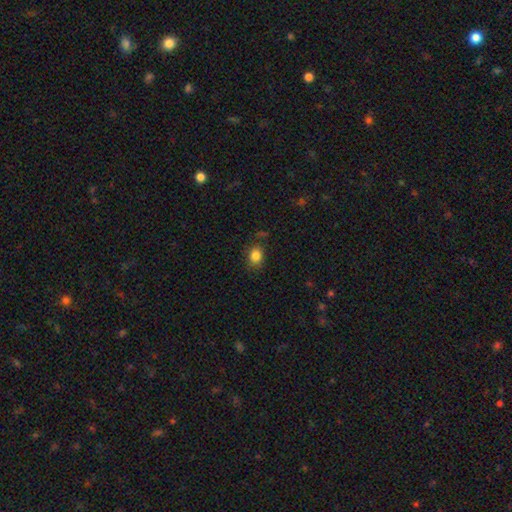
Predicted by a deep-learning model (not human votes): Smooth or featured: smooth — 84% (star or artifact — 11%)
How rounded: round — 50% (in between — 49%)
Merging: none — 81% (minor disturbance — 13%)